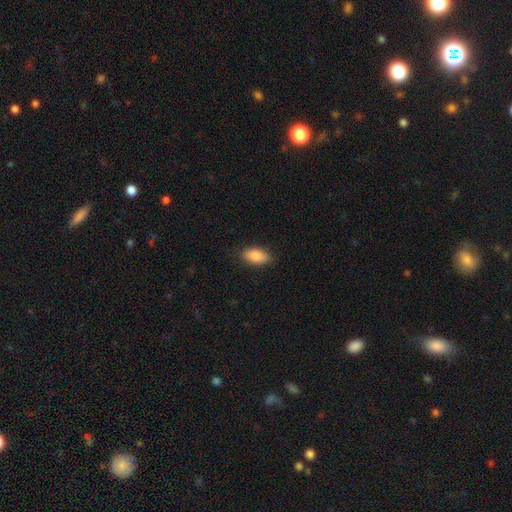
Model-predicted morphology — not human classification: Q: Smooth or featured?
A: smooth (87%); runner-up: star or artifact (7%)
Q: How rounded?
A: in between (91%); runner-up: cigar-shaped (5%)
Q: Merging?
A: none (84%); runner-up: minor disturbance (12%)